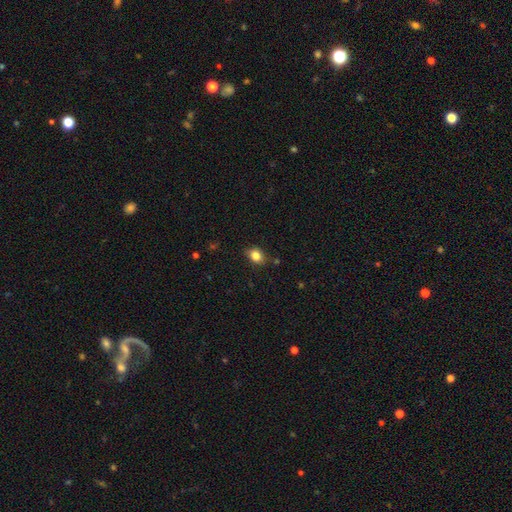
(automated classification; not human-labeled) This is clearly a smooth galaxy (84%). How rounded: likely in between (62%). Merging: clearly none (81%).